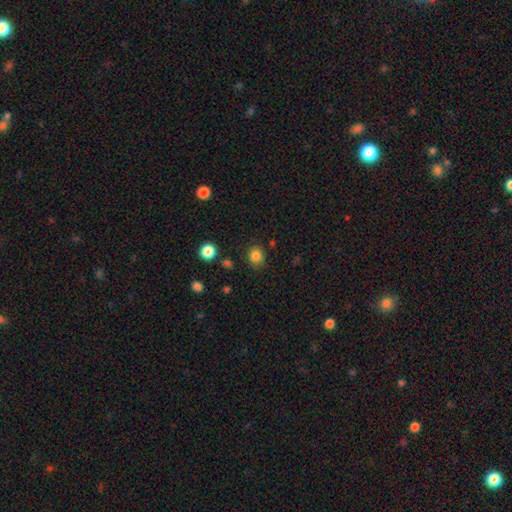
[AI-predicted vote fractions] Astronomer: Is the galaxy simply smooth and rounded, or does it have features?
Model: smooth — 84%.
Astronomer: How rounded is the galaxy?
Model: round — 80%.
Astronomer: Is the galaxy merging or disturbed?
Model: none — 85%.